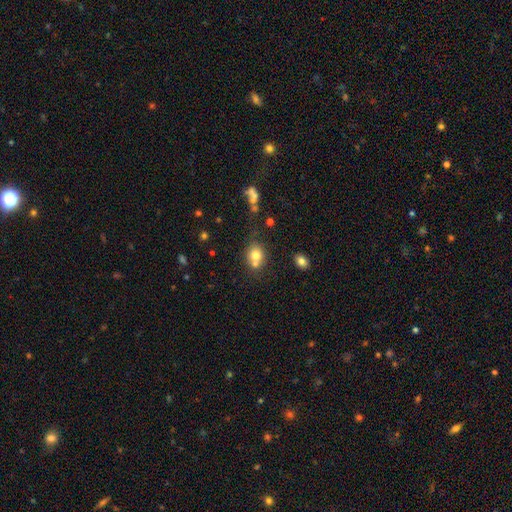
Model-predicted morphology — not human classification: Smooth or featured?
  - smooth: 73% *
  - featured or disk: 15%
  - star or artifact: 13%
How rounded?
  - round: 66% *
  - in between: 33%
  - cigar-shaped: 1%
Merging?
  - none: 47% *
  - merger: 38%
  - minor disturbance: 11%
  - major disturbance: 4%